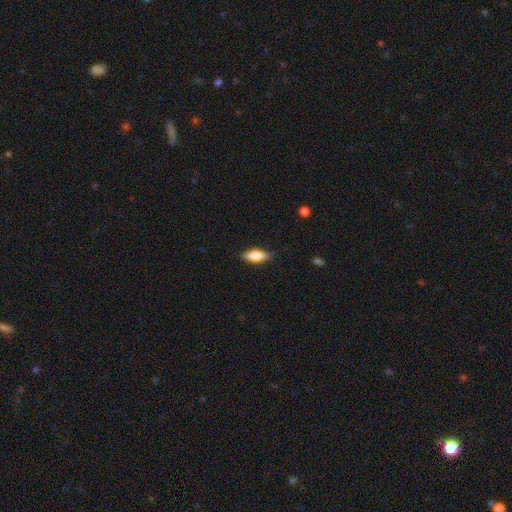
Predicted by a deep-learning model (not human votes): Q: Smooth or featured?
A: smooth (71%); runner-up: featured or disk (22%)
Q: How rounded?
A: in between (69%); runner-up: cigar-shaped (28%)
Q: Merging?
A: none (83%); runner-up: minor disturbance (13%)